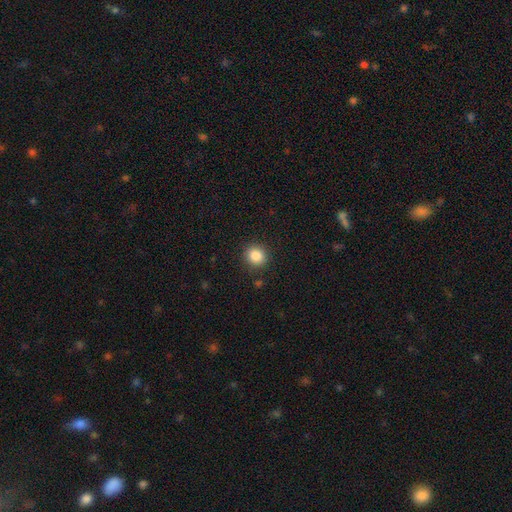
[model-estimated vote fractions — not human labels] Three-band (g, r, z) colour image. It shows a smooth galaxy with no disk features (85%) that is round (86%). Merging: none (89%).